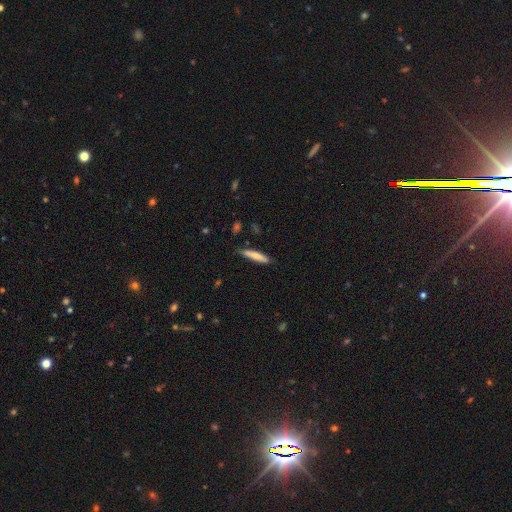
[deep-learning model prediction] Smooth or featured? smooth (70%)
How rounded? cigar-shaped (89%)
Merging? none (78%)